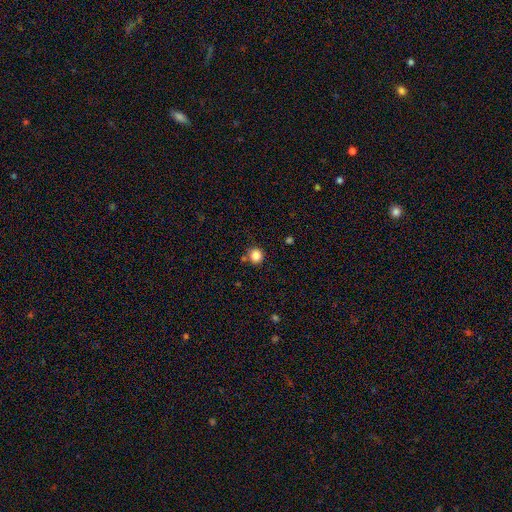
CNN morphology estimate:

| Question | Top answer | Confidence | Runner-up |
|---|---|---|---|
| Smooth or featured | smooth | 84% | star or artifact (11%) |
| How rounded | round | 93% | in between (6%) |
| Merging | none | 79% | minor disturbance (10%) |